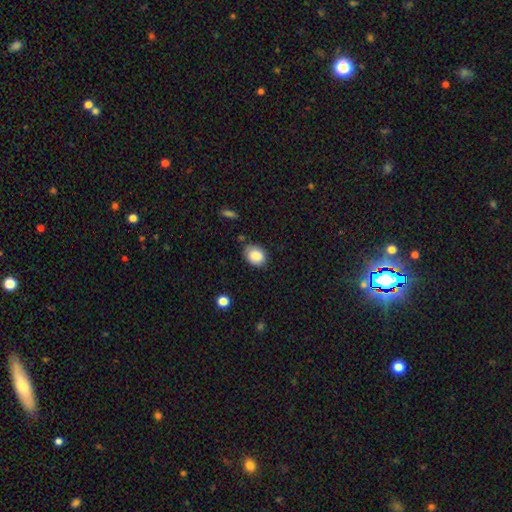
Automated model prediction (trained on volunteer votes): This appears to be a smooth galaxy with no disk features (87%) that is in between round and cigar-shaped (66%). Merging: none (77%).